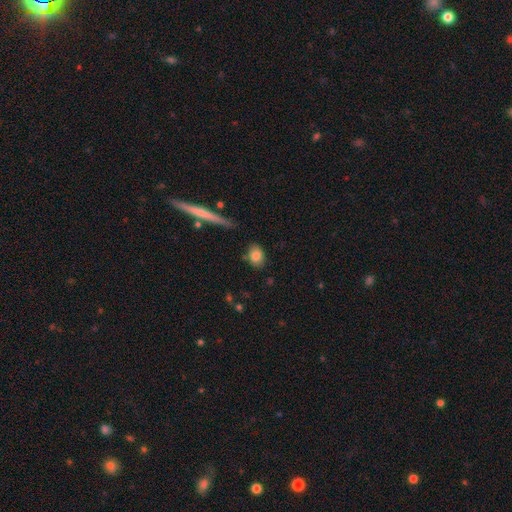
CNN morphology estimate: Smooth or featured? smooth (82%)
How rounded? in between (66%)
Merging? none (77%)